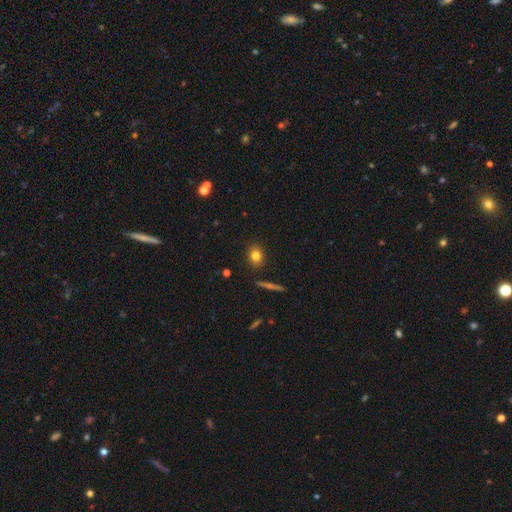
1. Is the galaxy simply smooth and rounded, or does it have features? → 84% smooth, 8% featured or disk, 8% star or artifact.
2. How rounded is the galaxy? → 53% round, 44% in between, 3% cigar-shaped.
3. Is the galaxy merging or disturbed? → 86% none, 9% minor disturbance, 3% major disturbance, 3% merger.